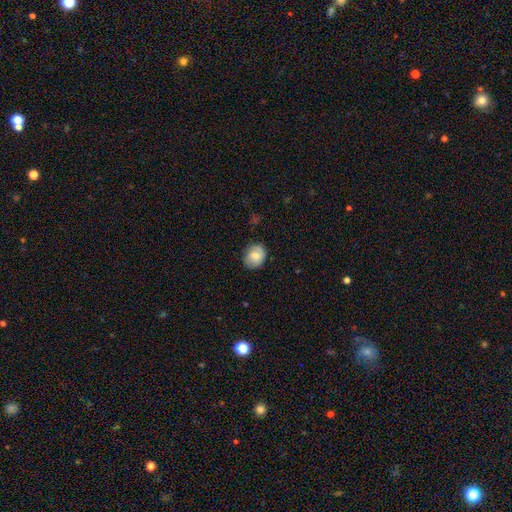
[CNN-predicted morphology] type=smooth (74%); roundness=round (63%); merging=none (81%).